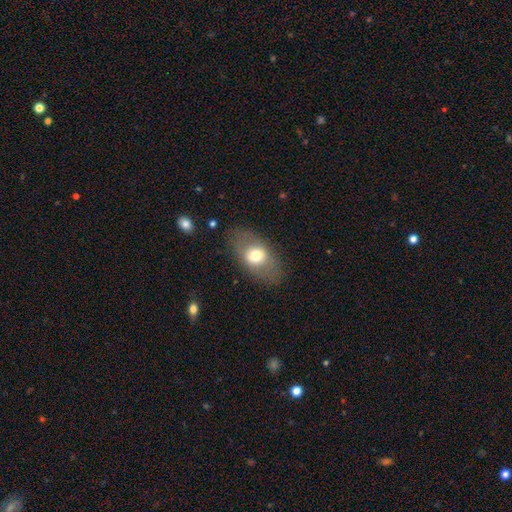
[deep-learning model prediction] This is likely a smooth galaxy (64%). How rounded: clearly in between (84%). Merging: clearly none (80%).